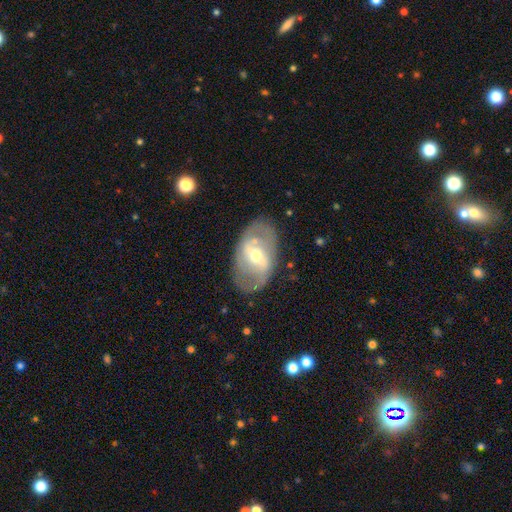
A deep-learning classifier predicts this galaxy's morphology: Smooth or featured? Predicted: featured or disk (p=0.73). Edge-on disk? Predicted: no (p=0.94). Bar? Predicted: weak (p=0.44). Spiral arms? Predicted: yes (p=0.69). Bulge size? Predicted: moderate (p=0.57). Merging? Predicted: none (p=0.76).